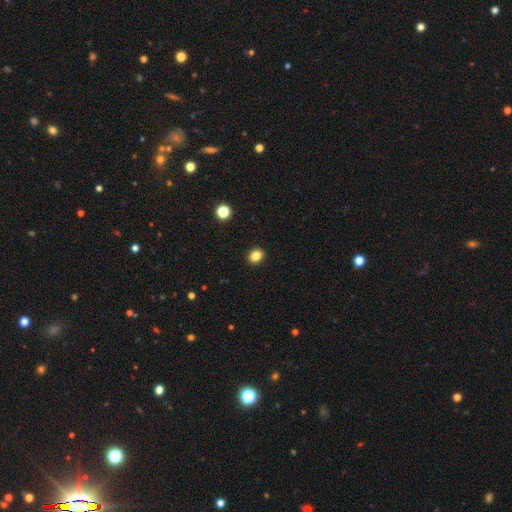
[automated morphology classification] Smooth or featured? Predicted: smooth (p=0.84). How rounded? Predicted: round (p=0.59). Merging? Predicted: none (p=0.92).